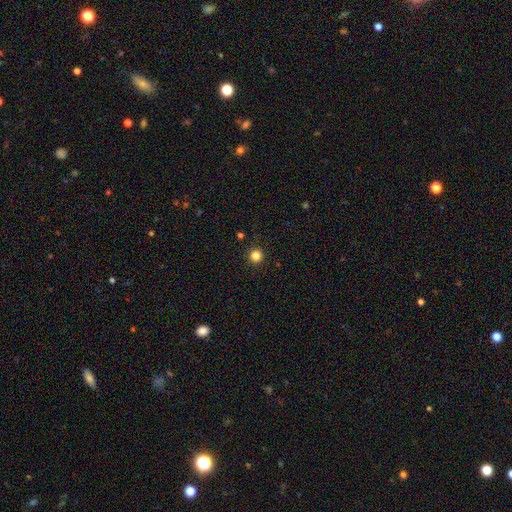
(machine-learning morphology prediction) smooth_or_featured: smooth (p=0.84) [alt: star or artifact p=0.12]
how_rounded: round (p=0.96) [alt: in between p=0.03]
merging: none (p=0.93) [alt: minor disturbance p=0.04]